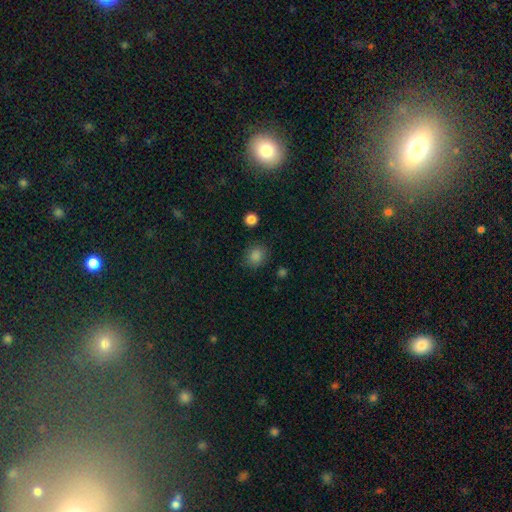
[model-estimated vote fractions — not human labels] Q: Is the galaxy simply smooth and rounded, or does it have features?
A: smooth — 83%.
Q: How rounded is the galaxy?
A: round — 73%.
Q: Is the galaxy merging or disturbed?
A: none — 83%.